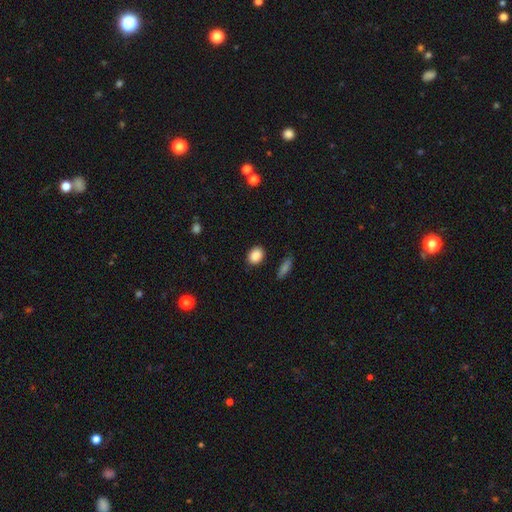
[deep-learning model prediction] Smooth or featured? Predicted: smooth (p=0.88). How rounded? Predicted: in between (p=0.54). Merging? Predicted: none (p=0.87).